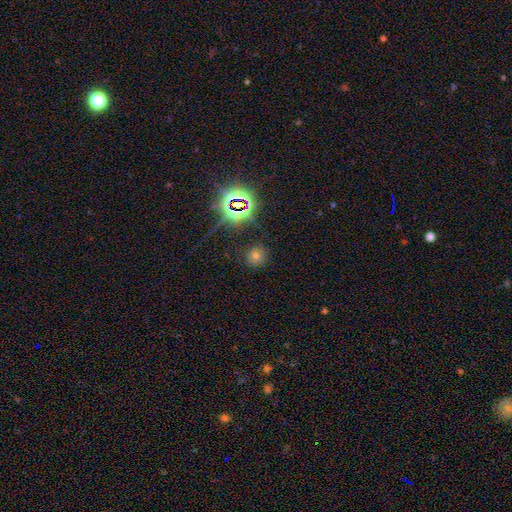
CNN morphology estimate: Smooth or featured?
  - smooth: 55% *
  - star or artifact: 33%
  - featured or disk: 11%
How rounded?
  - round: 90% *
  - in between: 9%
  - cigar-shaped: 1%
Merging?
  - none: 87% *
  - minor disturbance: 8%
  - major disturbance: 3%
  - merger: 2%